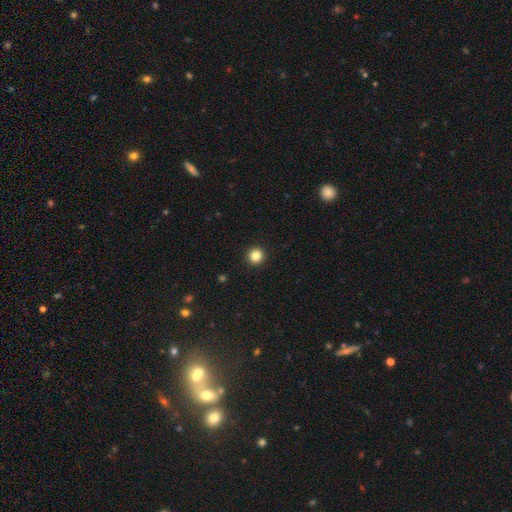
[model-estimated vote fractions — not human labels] This is clearly a smooth galaxy (84%). How rounded: clearly round (95%). Merging: clearly none (93%).